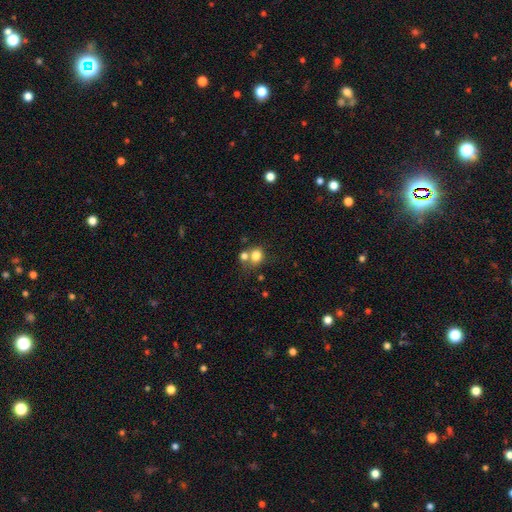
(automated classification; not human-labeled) A smooth galaxy with no disk features (78%) that is round (69%).

Vote fractions:
- Smooth or featured? smooth: 78% / star or artifact: 12% / featured or disk: 10%
- How rounded? round: 69% / in between: 30% / cigar-shaped: 1%
- Merging? none: 45% / merger: 41% / minor disturbance: 10% / major disturbance: 5%